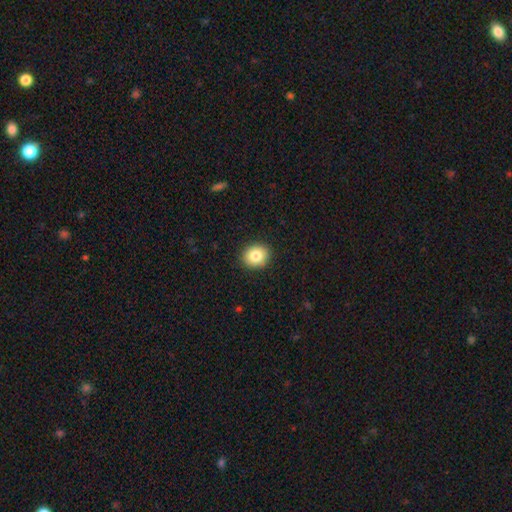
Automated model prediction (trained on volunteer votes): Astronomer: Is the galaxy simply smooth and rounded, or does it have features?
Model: smooth — 83%.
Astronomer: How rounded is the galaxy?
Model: round — 67%.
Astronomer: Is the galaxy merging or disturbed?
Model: none — 91%.